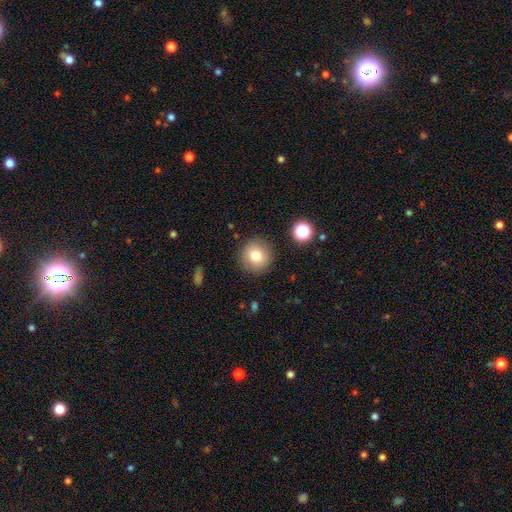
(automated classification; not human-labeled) smooth 78%, star or artifact 11%, featured or disk 11%. Down the decision tree: how rounded — round (94%); merging — none (89%).